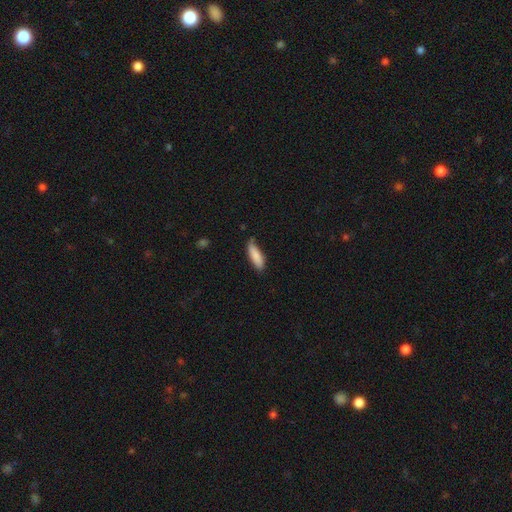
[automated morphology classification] smooth-or-featured: smooth: 86% | featured or disk: 8% | star or artifact: 6%
  how-rounded: cigar-shaped: 54% | in between: 44% | round: 2%
  merging: none: 68% | minor disturbance: 26% | major disturbance: 4% | merger: 2%